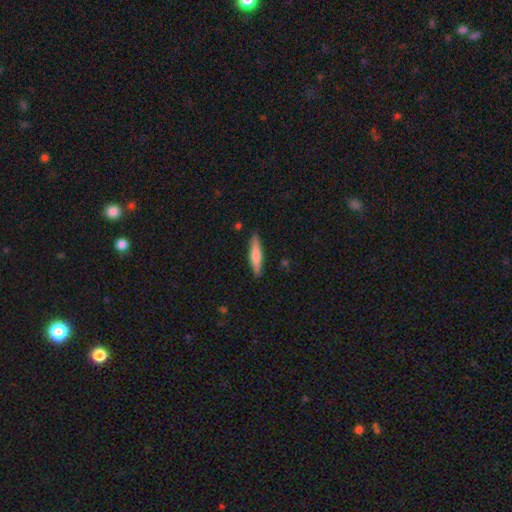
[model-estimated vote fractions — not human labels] This appears to be a smooth galaxy with no disk features (62%) that is cigar-shaped (86%). Merging: none (89%).